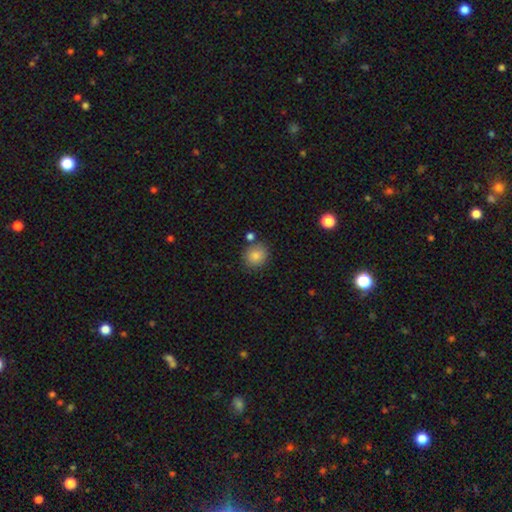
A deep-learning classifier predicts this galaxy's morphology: Smooth or featured: smooth — 85% (star or artifact — 9%)
How rounded: round — 82% (in between — 17%)
Merging: none — 78% (minor disturbance — 11%)